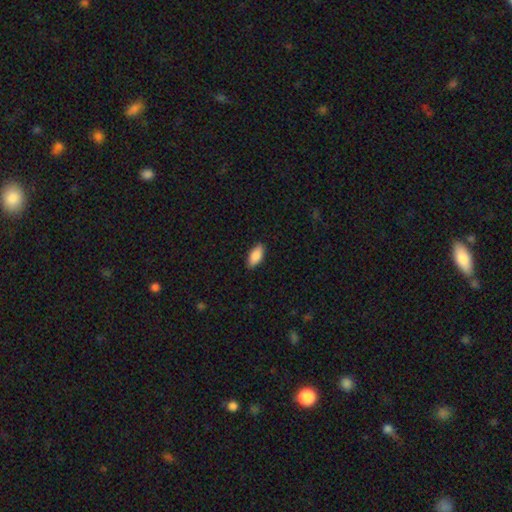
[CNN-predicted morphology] A smooth galaxy with no disk features (87%) that is in between round and cigar-shaped (88%).

Vote fractions:
- Smooth or featured? smooth: 87% / featured or disk: 7% / star or artifact: 6%
- How rounded? in between: 88% / cigar-shaped: 10% / round: 2%
- Merging? none: 87% / minor disturbance: 10% / major disturbance: 2% / merger: 1%